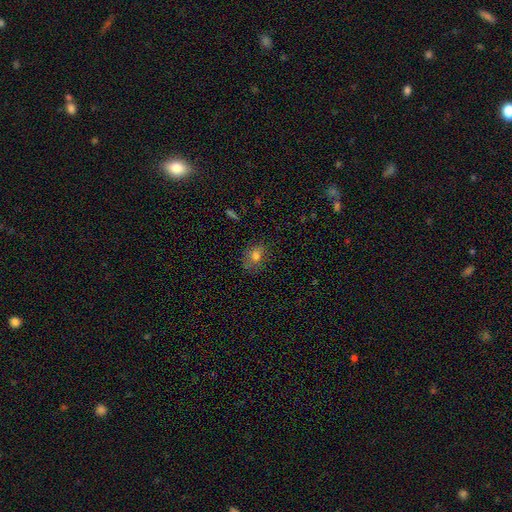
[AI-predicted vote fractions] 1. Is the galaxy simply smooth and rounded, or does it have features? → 75% smooth, 14% star or artifact, 11% featured or disk.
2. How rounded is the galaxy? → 50% in between, 49% round, 1% cigar-shaped.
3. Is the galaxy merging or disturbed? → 69% none, 22% minor disturbance, 8% major disturbance, 2% merger.